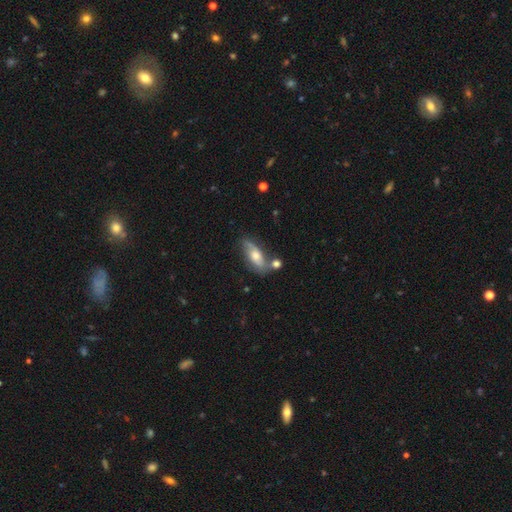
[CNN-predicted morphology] Smooth or featured? featured or disk (47%)
Merging? none (59%)